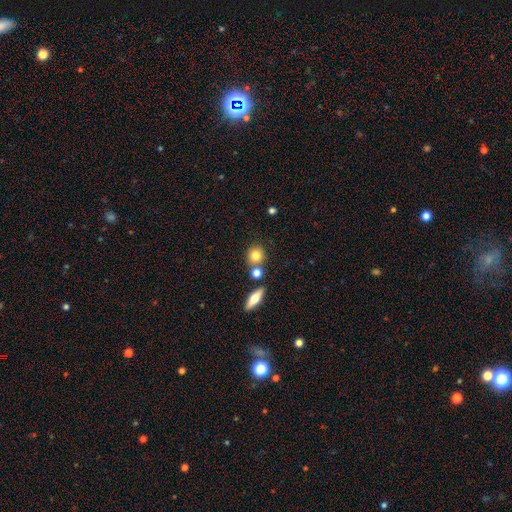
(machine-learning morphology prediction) This is likely a smooth galaxy (78%). How rounded: clearly round (81%). Merging: likely none (68%).